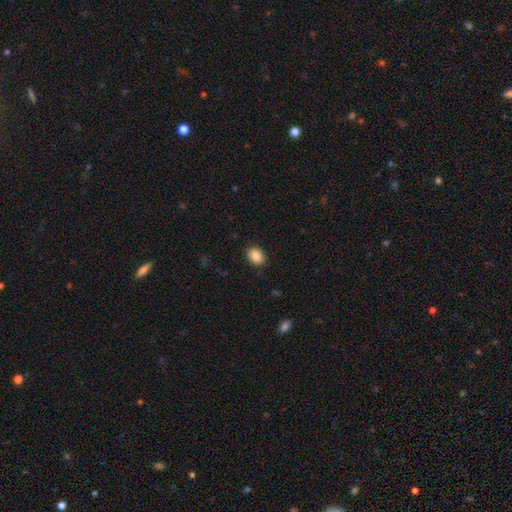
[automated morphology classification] This appears to be a smooth galaxy with no disk features (87%) that is in between round and cigar-shaped (66%). Merging: none (89%).